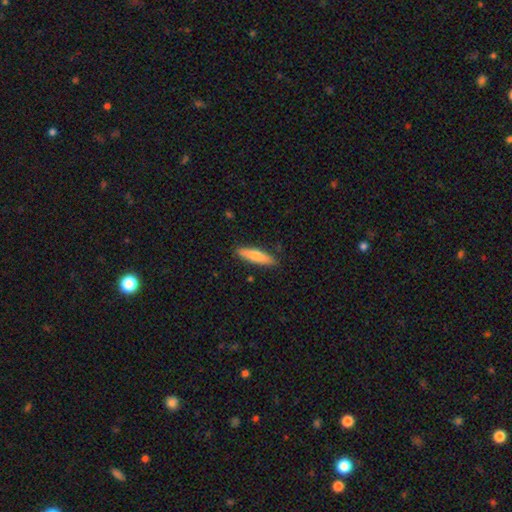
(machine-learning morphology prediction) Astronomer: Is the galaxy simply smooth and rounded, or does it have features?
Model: smooth — 74%.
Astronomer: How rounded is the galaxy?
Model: cigar-shaped — 77%.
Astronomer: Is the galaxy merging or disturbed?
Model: none — 87%.